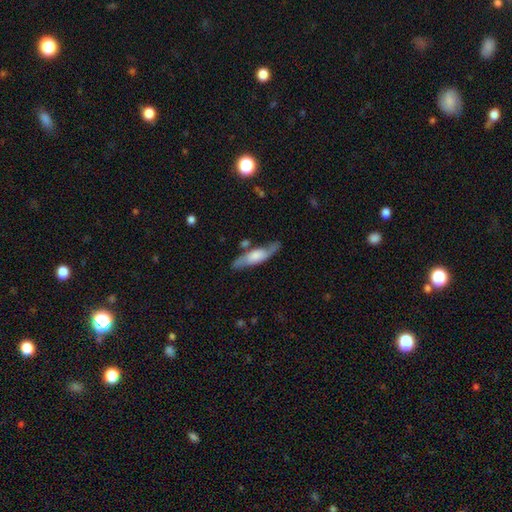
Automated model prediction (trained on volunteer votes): smooth-or-featured: featured or disk: 54% | smooth: 40% | star or artifact: 6%
  disk-edge-on: yes: 51% | no: 49%
  merging: none: 69% | minor disturbance: 18% | merger: 6% | major disturbance: 6%